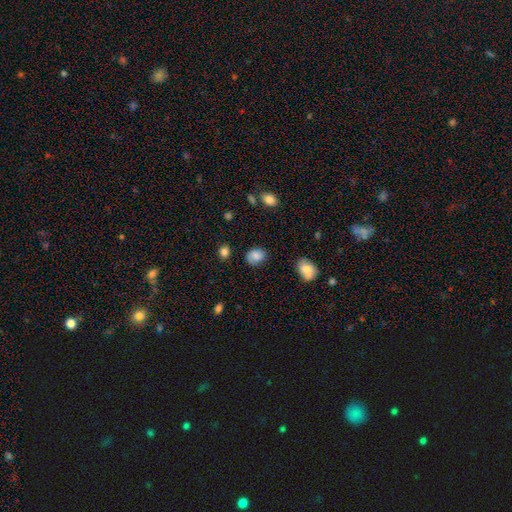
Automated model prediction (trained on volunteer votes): Smooth or featured? Predicted: smooth (p=0.72). How rounded? Predicted: in between (p=0.57). Merging? Predicted: none (p=0.73).